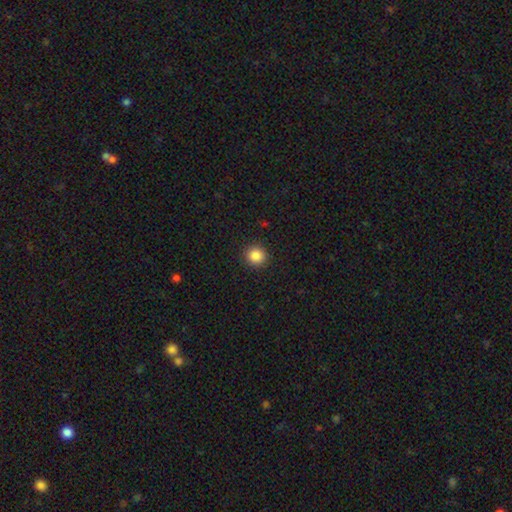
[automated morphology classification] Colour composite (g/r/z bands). It shows a smooth galaxy with no disk features (86%) that is round (93%). Merging: none (92%).